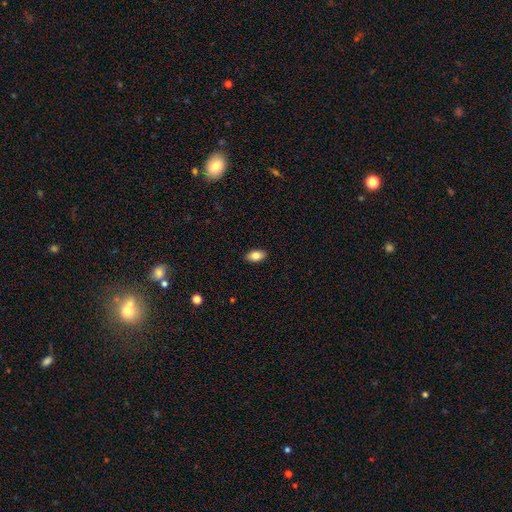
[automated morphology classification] smooth 83%, featured or disk 10%, star or artifact 7%. Down the decision tree: how rounded — in between (92%); merging — none (89%).